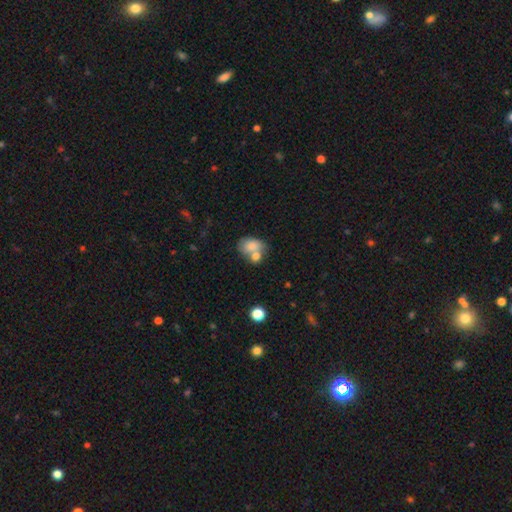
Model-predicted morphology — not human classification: A smooth galaxy with no disk features (78%) that is in between round and cigar-shaped (65%). Merging: merger (49%).